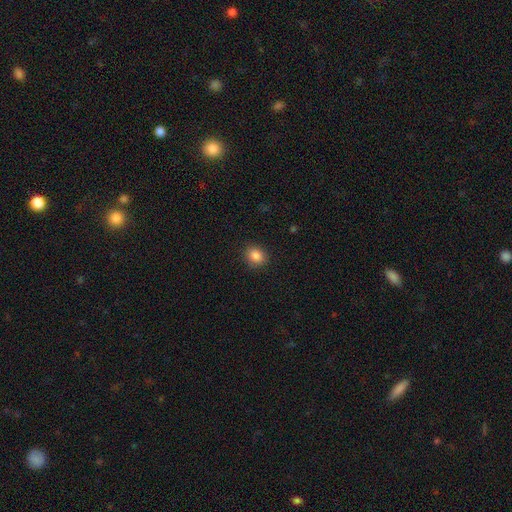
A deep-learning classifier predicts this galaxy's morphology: Smooth or featured?
  - smooth: 86% *
  - star or artifact: 10%
  - featured or disk: 4%
How rounded?
  - round: 68% *
  - in between: 31%
  - cigar-shaped: 1%
Merging?
  - none: 89% *
  - minor disturbance: 8%
  - major disturbance: 2%
  - merger: 1%